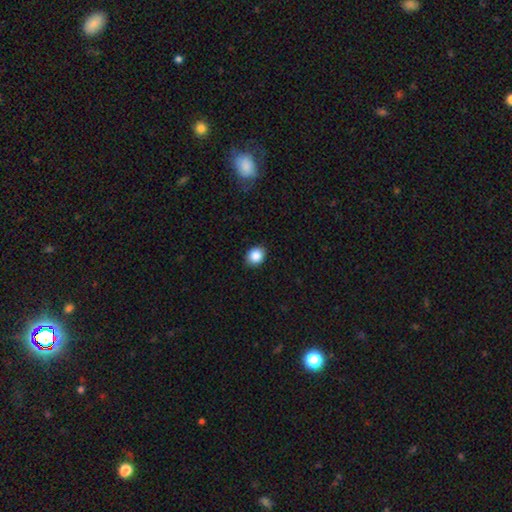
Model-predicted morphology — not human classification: This is clearly a smooth galaxy (87%). How rounded: likely round (61%). Merging: clearly none (87%).